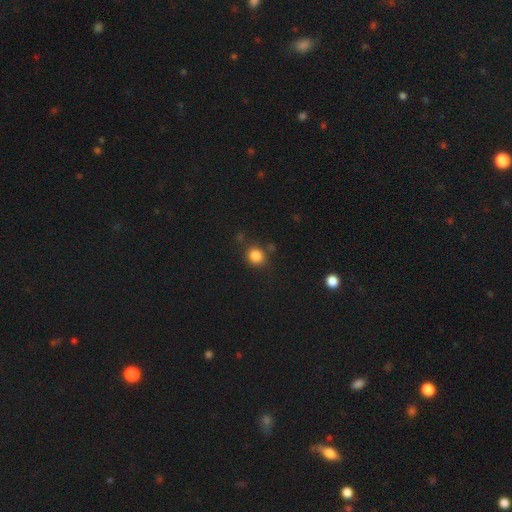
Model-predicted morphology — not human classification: Overall: smooth (84%). How rounded: round (80%). Merging: none (77%).